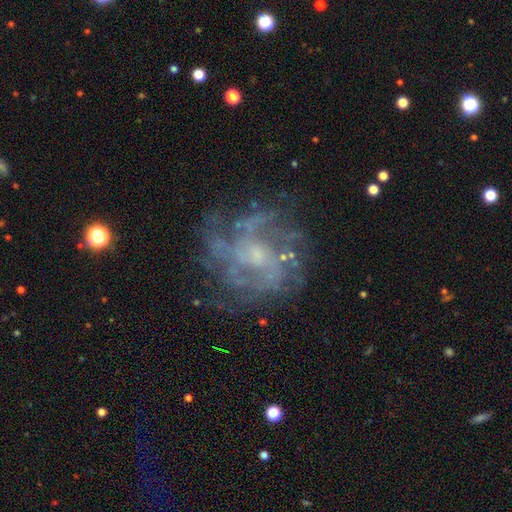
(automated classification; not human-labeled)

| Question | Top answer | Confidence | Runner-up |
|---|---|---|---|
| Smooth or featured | featured or disk | 83% | star or artifact (9%) |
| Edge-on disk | no | 98% | yes (2%) |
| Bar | no | 67% | weak (28%) |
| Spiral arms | yes | 86% | no (14%) |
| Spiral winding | tight | 44% | medium (40%) |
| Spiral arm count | can't tell | 37% | 4 (20%) |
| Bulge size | small | 53% | moderate (30%) |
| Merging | none | 70% | minor disturbance (16%) |